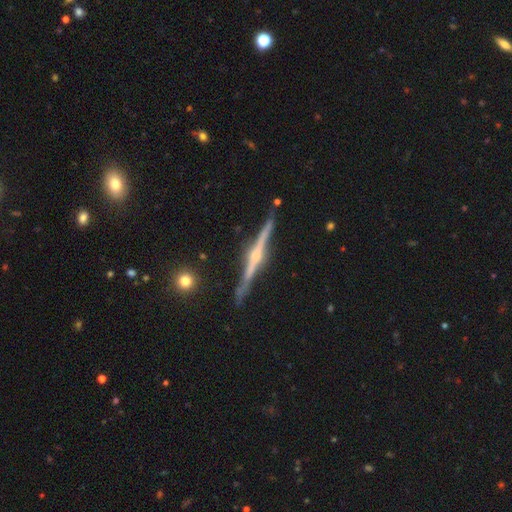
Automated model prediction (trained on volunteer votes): A featured or disk galaxy (88%) viewed edge-on (98%) with a rounded central bulge (83%).

Vote fractions:
- Smooth or featured? featured or disk: 88% / smooth: 7% / star or artifact: 5%
- Edge-on disk? yes: 98% / no: 2%
- Edge-on bulge? rounded: 83% / boxy: 9% / none: 8%
- Merging? none: 89% / minor disturbance: 8% / merger: 2% / major disturbance: 2%